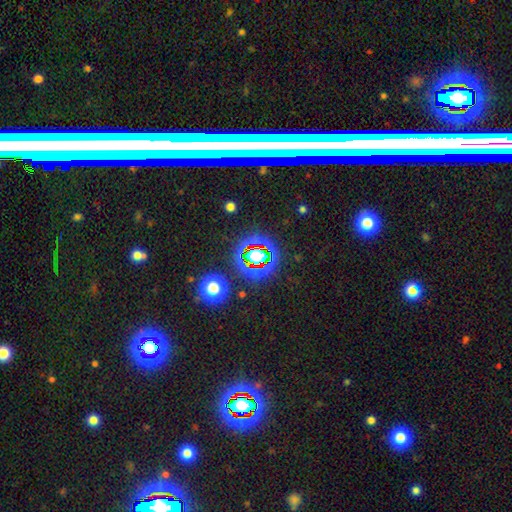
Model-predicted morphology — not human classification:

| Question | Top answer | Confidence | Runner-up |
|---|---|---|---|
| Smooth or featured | star or artifact | 70% | smooth (19%) |